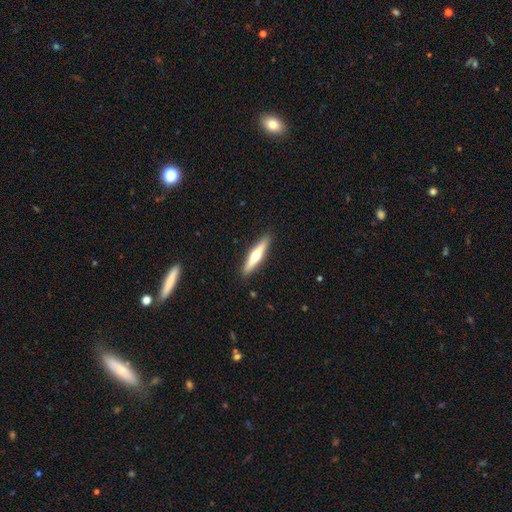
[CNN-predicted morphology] This is possibly a featured or disk galaxy (52%). It is clearly viewed edge-on (95%). Merging: clearly none (91%).